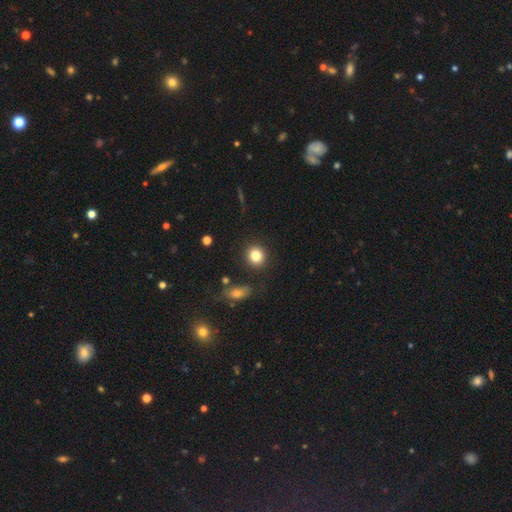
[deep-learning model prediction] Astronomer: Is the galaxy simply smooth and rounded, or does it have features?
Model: smooth — 83%.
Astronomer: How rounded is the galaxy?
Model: round — 85%.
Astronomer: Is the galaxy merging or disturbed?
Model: none — 87%.